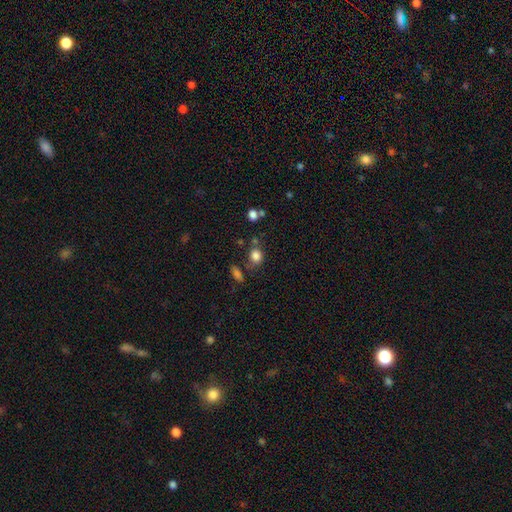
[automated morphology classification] Smooth or featured?
  - smooth: 82% *
  - star or artifact: 12%
  - featured or disk: 6%
How rounded?
  - round: 61% *
  - in between: 38%
  - cigar-shaped: 1%
Merging?
  - none: 64% *
  - minor disturbance: 18%
  - merger: 12%
  - major disturbance: 6%